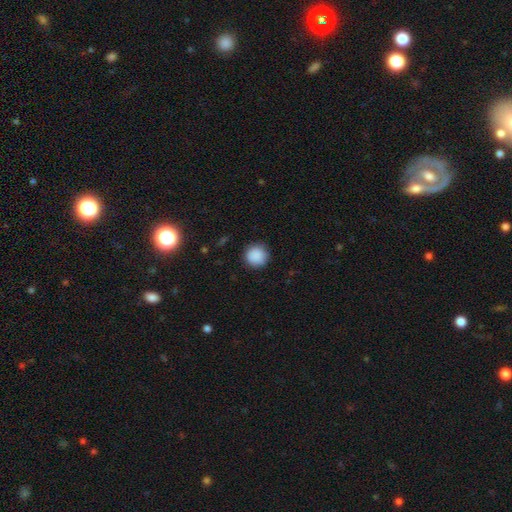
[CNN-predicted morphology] smooth_or_featured: smooth (p=0.89) [alt: star or artifact p=0.08]
how_rounded: round (p=0.95) [alt: in between p=0.04]
merging: none (p=0.89) [alt: minor disturbance p=0.08]